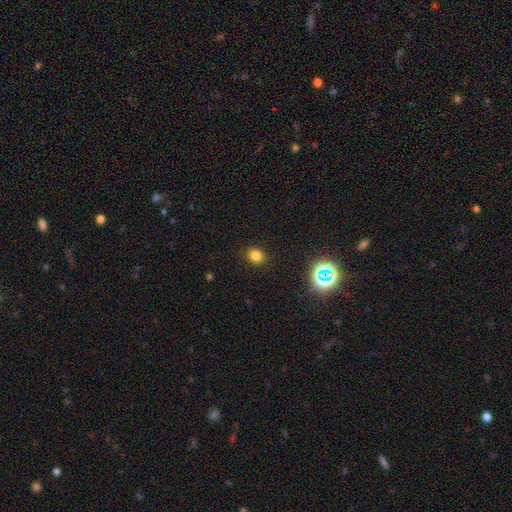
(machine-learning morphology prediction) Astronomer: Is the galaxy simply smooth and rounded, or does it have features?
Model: smooth — 79%.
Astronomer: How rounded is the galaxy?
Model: round — 69%.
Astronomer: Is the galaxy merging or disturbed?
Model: none — 89%.